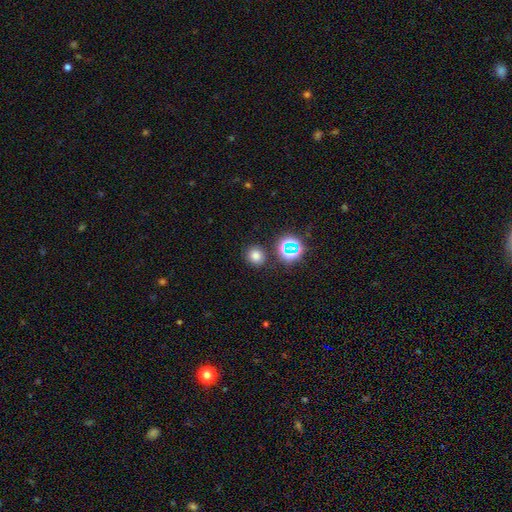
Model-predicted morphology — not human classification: Smooth or featured? Predicted: smooth (p=0.72). How rounded? Predicted: round (p=0.85). Merging? Predicted: none (p=0.86).